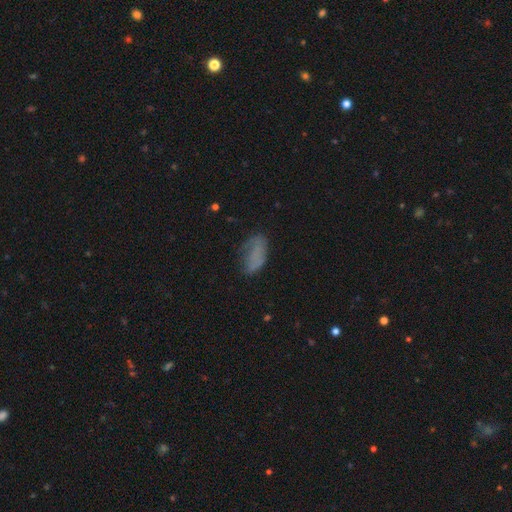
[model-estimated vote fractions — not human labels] This appears to be a smooth galaxy with no disk features (65%) that is in between round and cigar-shaped (89%). Merging: none (50%).